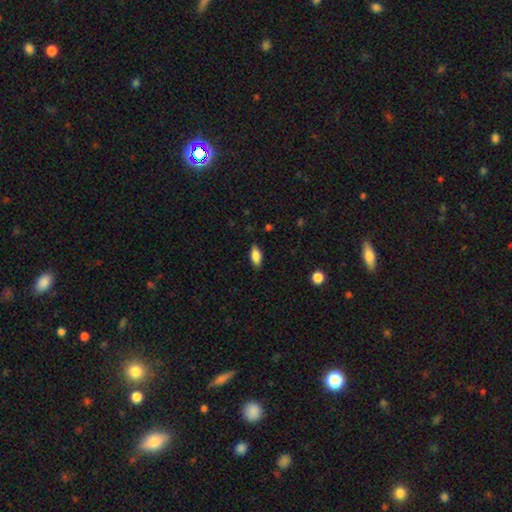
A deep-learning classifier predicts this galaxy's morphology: The model was most divided on "how rounded": in between: 84%, cigar-shaped: 13%, round: 3%. More confident: merging — none (86%); smooth or featured — smooth (83%).